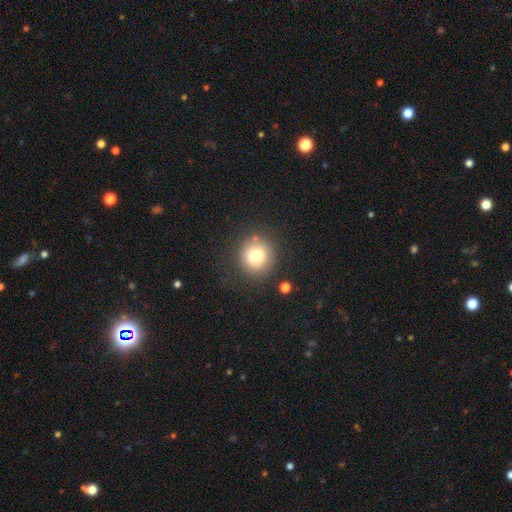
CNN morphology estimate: Smooth or featured? smooth (78%)
How rounded? round (92%)
Merging? none (82%)